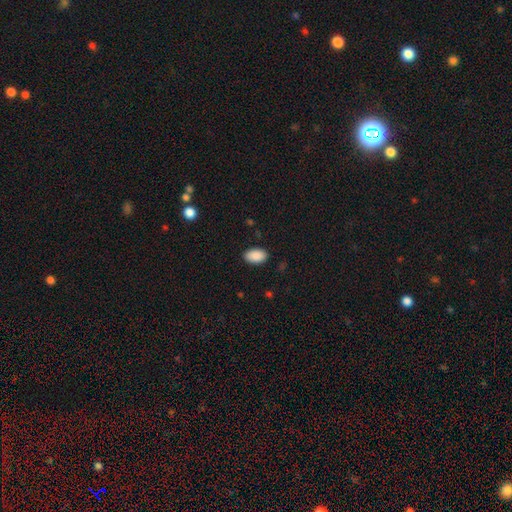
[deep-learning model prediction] Morphology: type=smooth (90%); roundness=in between (94%); merging=none (88%).